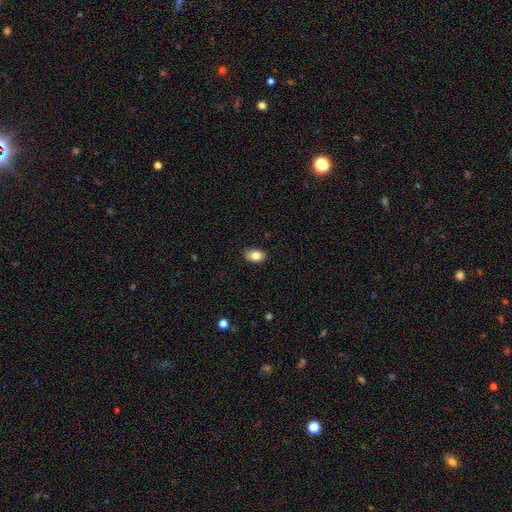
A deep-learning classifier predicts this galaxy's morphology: This appears to be a smooth galaxy with no disk features (82%) that is in between round and cigar-shaped (86%). Merging: none (86%).